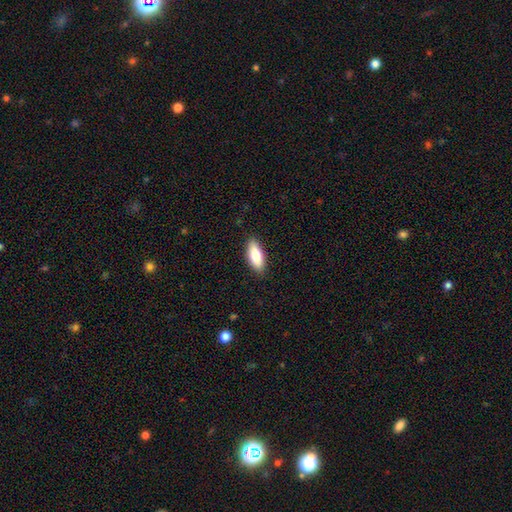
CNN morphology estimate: A smooth galaxy with no disk features (83%) that is in between round and cigar-shaped (75%). Merging: none (87%).